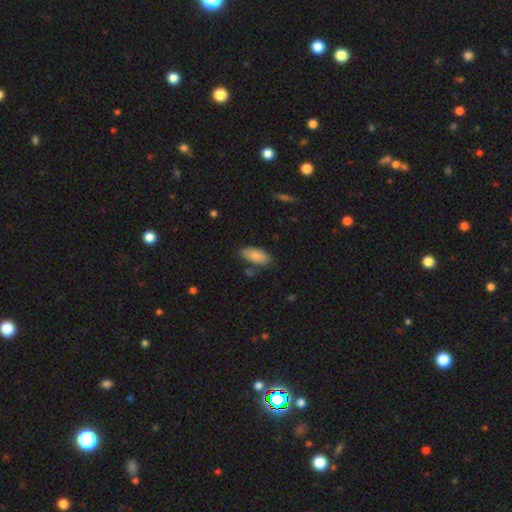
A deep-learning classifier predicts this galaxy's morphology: Smooth or featured? smooth (84%)
How rounded? in between (90%)
Merging? none (74%)